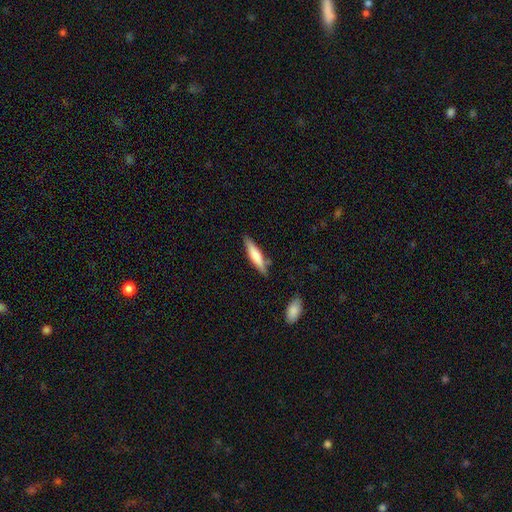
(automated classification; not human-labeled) Morphology: type=smooth (68%); roundness=cigar-shaped (79%); merging=none (80%).